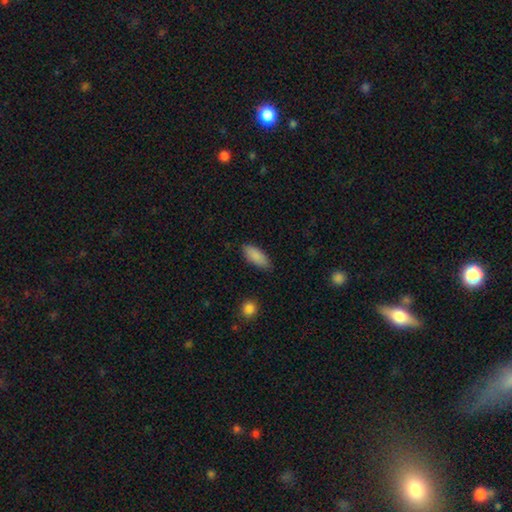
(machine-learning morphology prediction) Smooth or featured?
  - smooth: 88% *
  - star or artifact: 7%
  - featured or disk: 5%
How rounded?
  - in between: 79% *
  - cigar-shaped: 20%
  - round: 2%
Merging?
  - none: 81% *
  - minor disturbance: 15%
  - major disturbance: 3%
  - merger: 1%